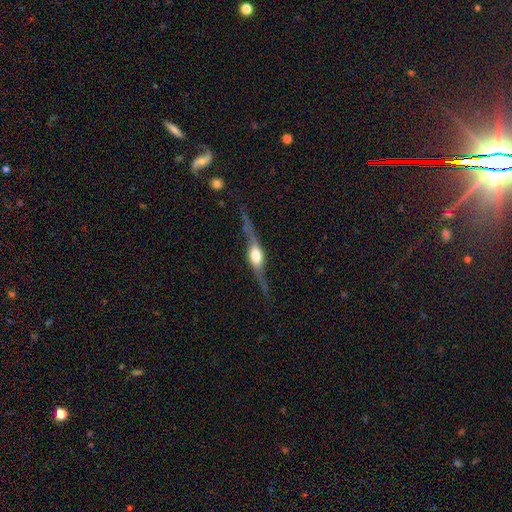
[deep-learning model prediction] smooth_or_featured: featured or disk (p=0.83) [alt: smooth p=0.11]
disk_edge_on: yes (p=0.95) [alt: no p=0.05]
edge_on_bulge: rounded (p=0.90) [alt: boxy p=0.08]
merging: none (p=0.80) [alt: minor disturbance p=0.14]